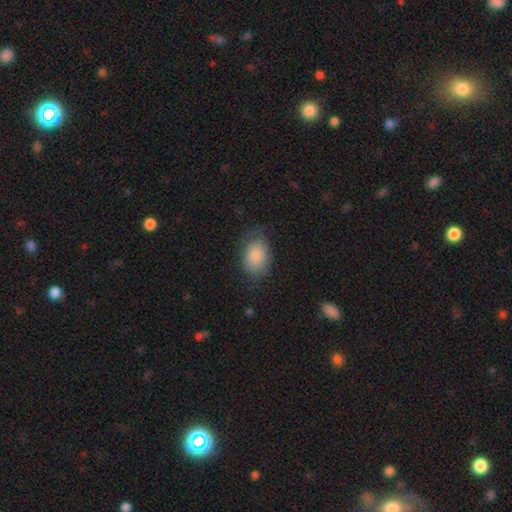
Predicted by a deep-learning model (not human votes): smooth-or-featured: smooth: 84% | featured or disk: 9% | star or artifact: 7%
  how-rounded: in between: 76% | round: 23% | cigar-shaped: 1%
  merging: none: 68% | minor disturbance: 23% | major disturbance: 9% | merger: 1%